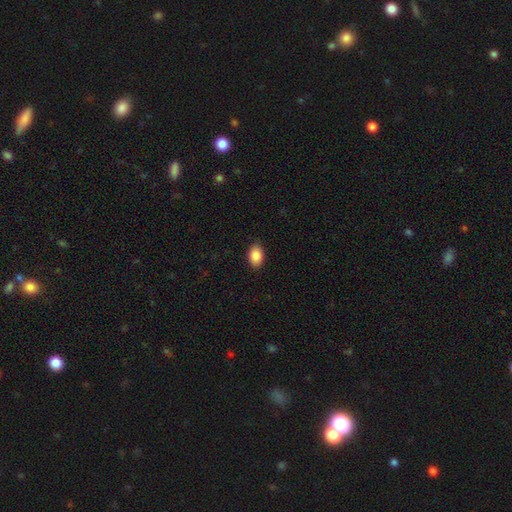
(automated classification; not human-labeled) smooth 87%, star or artifact 8%, featured or disk 5%. Down the decision tree: how rounded — in between (85%); merging — none (89%).